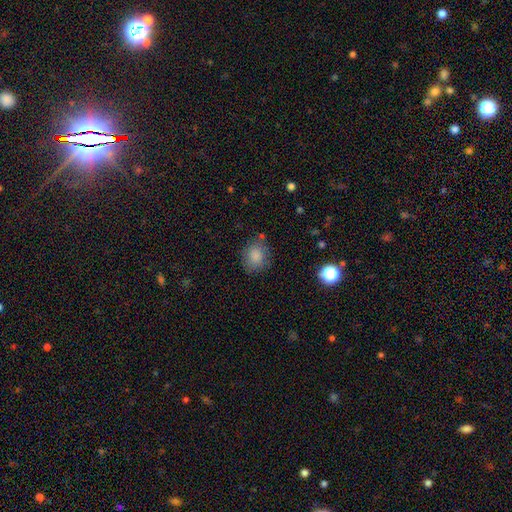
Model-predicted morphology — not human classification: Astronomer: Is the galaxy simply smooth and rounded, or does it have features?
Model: smooth — 84%.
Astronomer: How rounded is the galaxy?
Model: round — 65%.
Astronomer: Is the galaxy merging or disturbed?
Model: none — 74%.